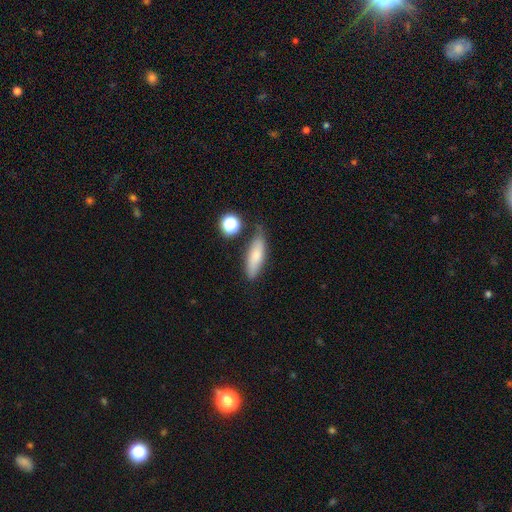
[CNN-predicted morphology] type=smooth (74%); roundness=cigar-shaped (49%); merging=none (67%).